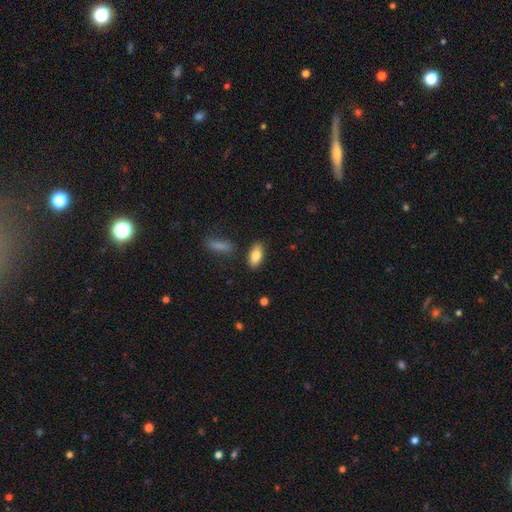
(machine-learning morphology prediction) The model was most divided on "smooth or featured": smooth: 83%, featured or disk: 10%, star or artifact: 7%. More confident: how rounded — in between (86%); merging — none (85%).